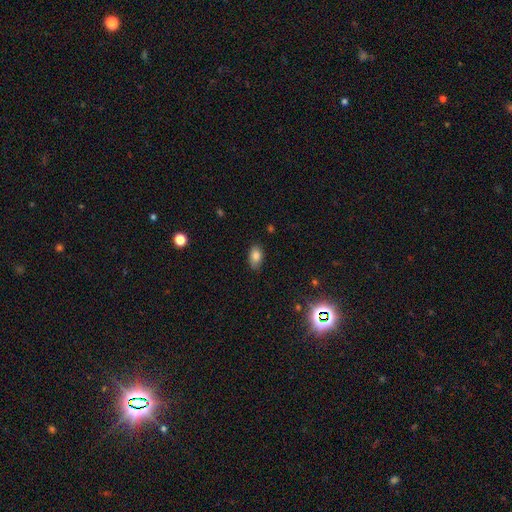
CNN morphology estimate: type=smooth (82%); roundness=in between (88%); merging=none (80%).